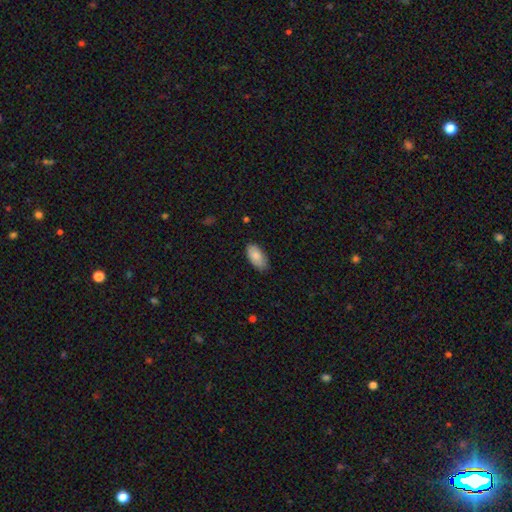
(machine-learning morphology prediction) Smooth or featured? Predicted: smooth (p=0.85). How rounded? Predicted: in between (p=0.94). Merging? Predicted: none (p=0.81).